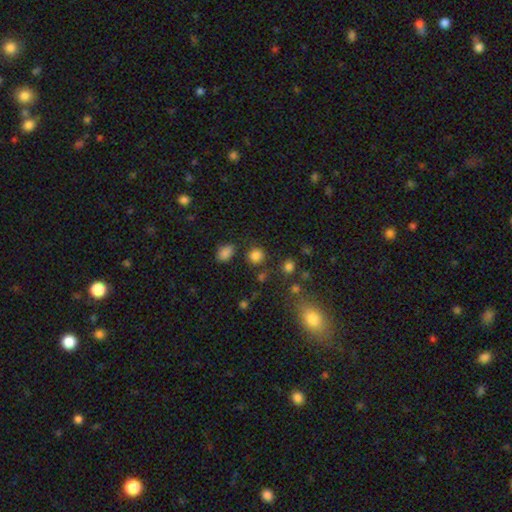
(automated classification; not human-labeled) Smooth or featured? smooth (81%)
How rounded? round (82%)
Merging? none (80%)